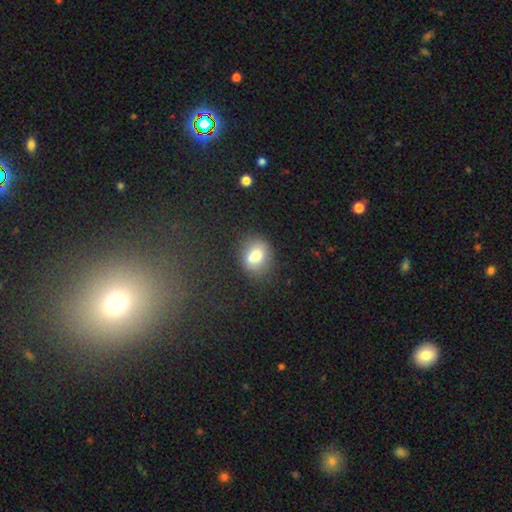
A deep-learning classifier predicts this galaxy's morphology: Q: Smooth or featured?
A: smooth (71%); runner-up: featured or disk (17%)
Q: How rounded?
A: round (58%); runner-up: in between (40%)
Q: Merging?
A: none (65%); runner-up: minor disturbance (15%)